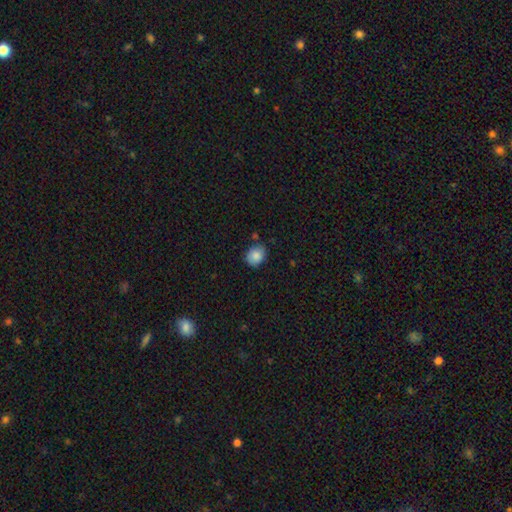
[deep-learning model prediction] Smooth or featured?
  - smooth: 87% *
  - star or artifact: 8%
  - featured or disk: 5%
How rounded?
  - round: 60% *
  - in between: 39%
  - cigar-shaped: 1%
Merging?
  - none: 76% *
  - minor disturbance: 17%
  - merger: 4%
  - major disturbance: 3%